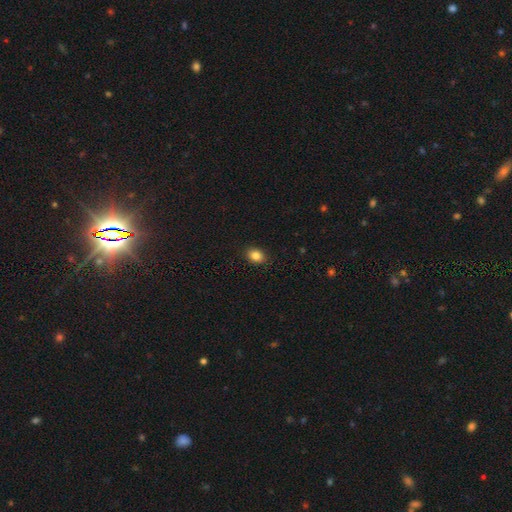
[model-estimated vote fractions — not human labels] Smooth or featured: smooth — 85% (star or artifact — 10%)
How rounded: in between — 65% (round — 34%)
Merging: none — 90% (minor disturbance — 8%)